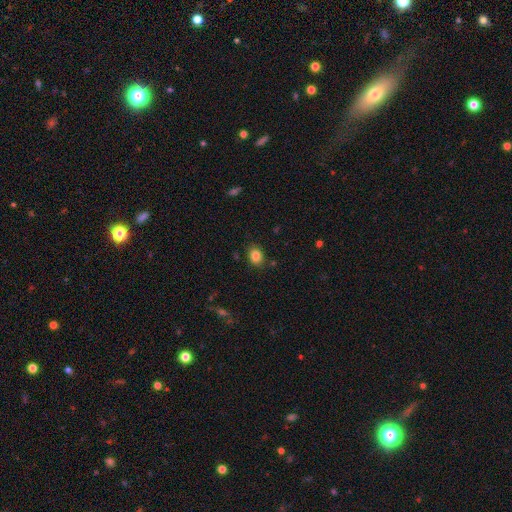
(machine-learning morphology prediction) Q: Smooth or featured?
A: smooth (83%); runner-up: star or artifact (11%)
Q: How rounded?
A: in between (52%); runner-up: round (47%)
Q: Merging?
A: none (84%); runner-up: minor disturbance (11%)